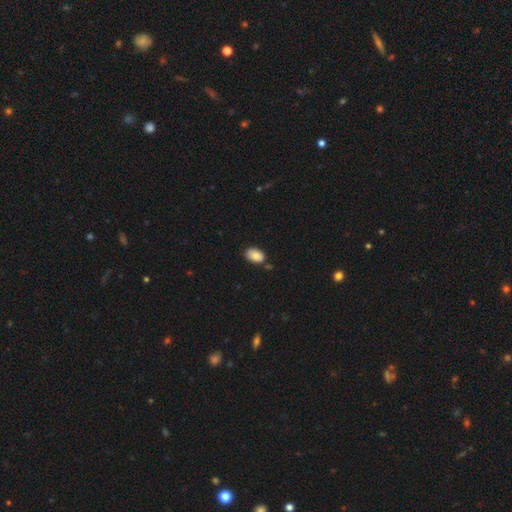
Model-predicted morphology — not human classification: Q: Smooth or featured?
A: smooth (86%); runner-up: star or artifact (8%)
Q: How rounded?
A: in between (88%); runner-up: round (10%)
Q: Merging?
A: none (75%); runner-up: minor disturbance (18%)